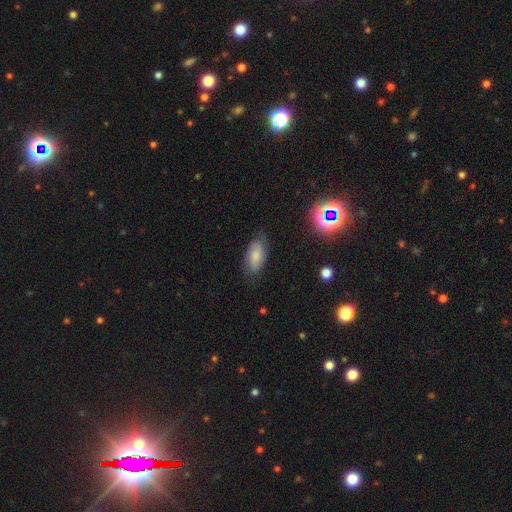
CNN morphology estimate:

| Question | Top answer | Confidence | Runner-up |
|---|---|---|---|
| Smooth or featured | smooth | 67% | featured or disk (24%) |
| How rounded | in between | 91% | cigar-shaped (6%) |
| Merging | none | 72% | minor disturbance (21%) |